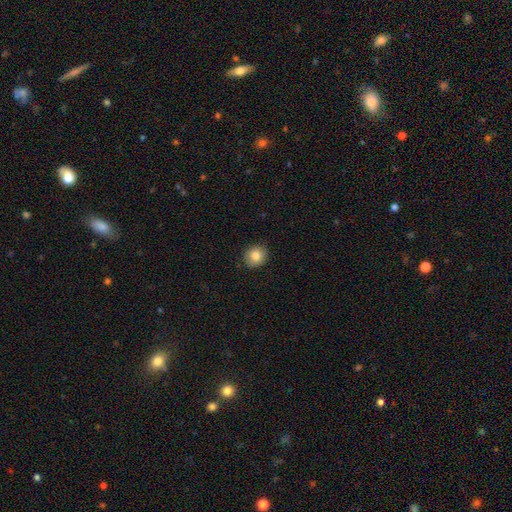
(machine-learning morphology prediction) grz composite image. It shows a smooth galaxy with no disk features (83%) that is round (84%). Merging: none (90%).